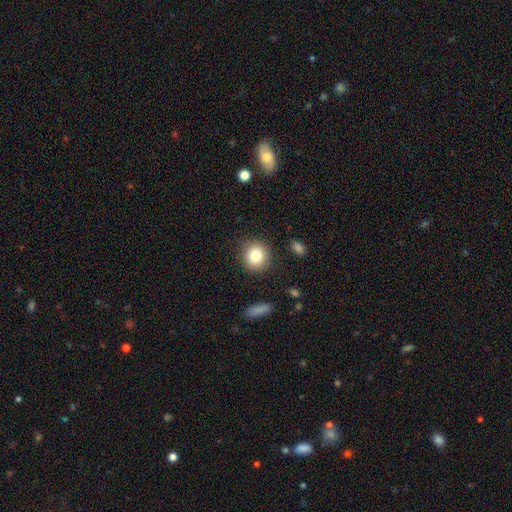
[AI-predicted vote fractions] A smooth galaxy with no disk features (84%) that is round (84%). Merging: none (85%).